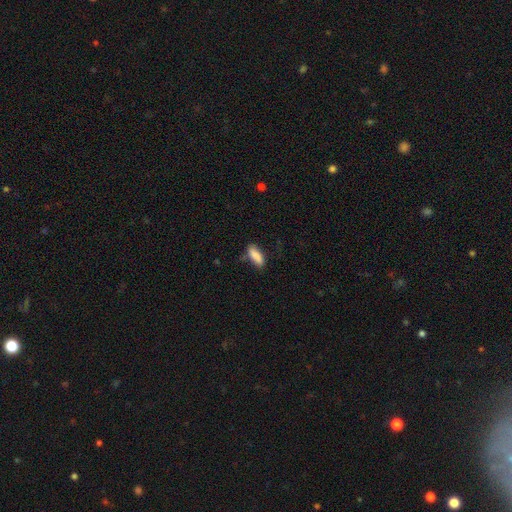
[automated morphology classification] smooth_or_featured: smooth (p=0.86) [alt: featured or disk p=0.07]
how_rounded: in between (p=0.67) [alt: cigar-shaped p=0.31]
merging: none (p=0.68) [alt: minor disturbance p=0.23]